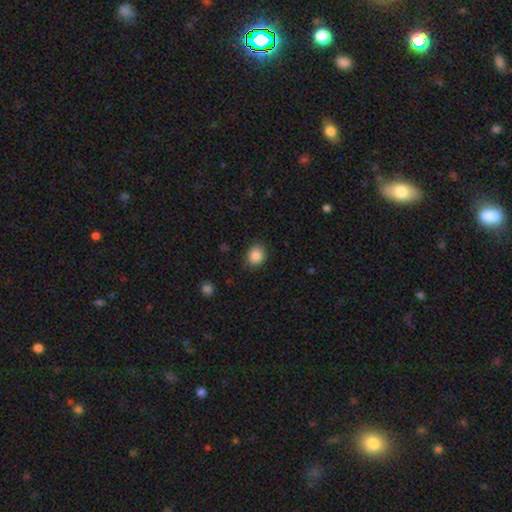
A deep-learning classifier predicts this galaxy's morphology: Overall: smooth (86%). How rounded: round (68%; in between 31%). Merging: none (88%).